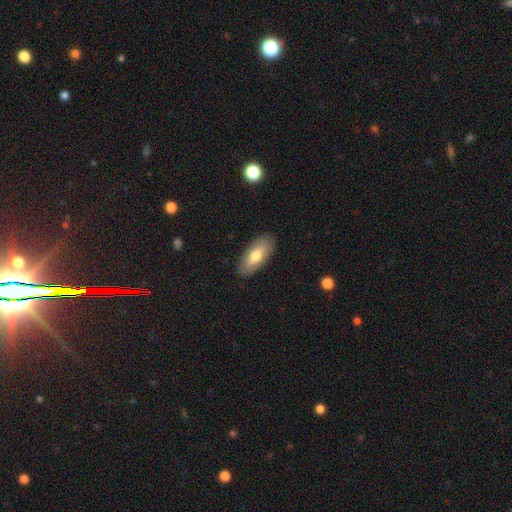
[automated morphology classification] smooth-or-featured: smooth: 71% | featured or disk: 23% | star or artifact: 6%
  how-rounded: in between: 85% | cigar-shaped: 13% | round: 2%
  merging: none: 87% | minor disturbance: 9% | major disturbance: 2% | merger: 1%